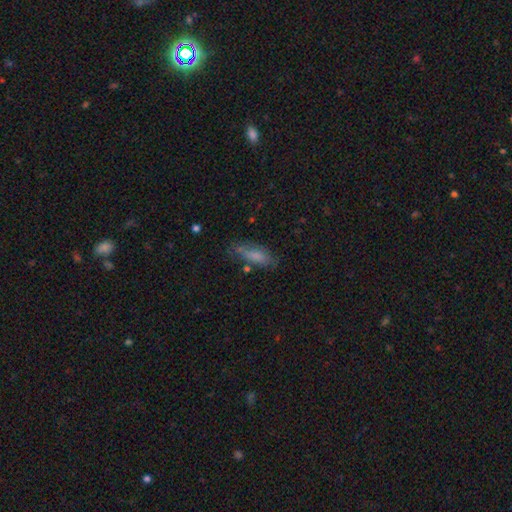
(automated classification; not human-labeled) Overall: smooth (73%). How rounded: in between (65%; cigar-shaped 32%). Merging: none (59%; minor disturbance 26%).